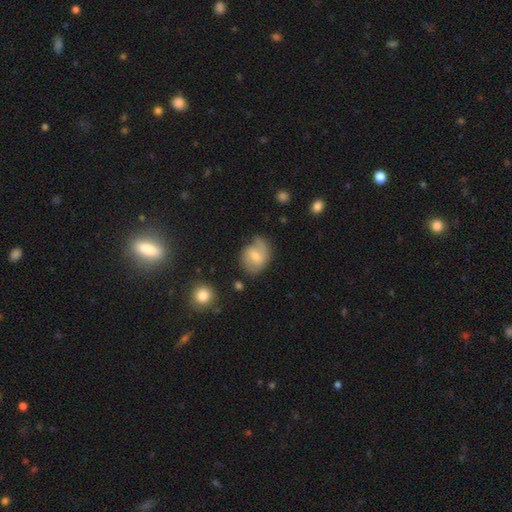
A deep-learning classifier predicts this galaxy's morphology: A featured or disk galaxy (51%). Merging: none (53%).